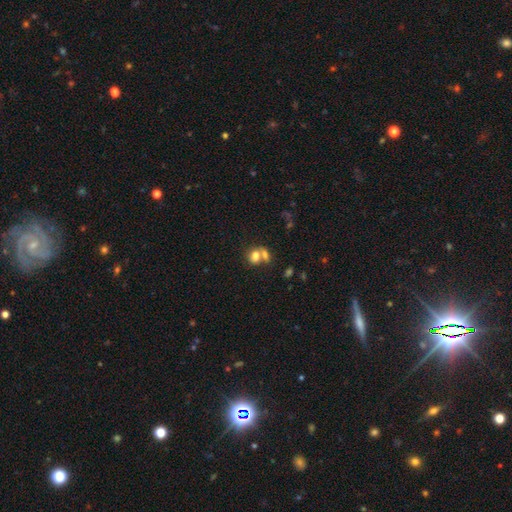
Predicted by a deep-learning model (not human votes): A smooth galaxy with no disk features (74%) that is in between round and cigar-shaped (51%). Merging: merger (58%).